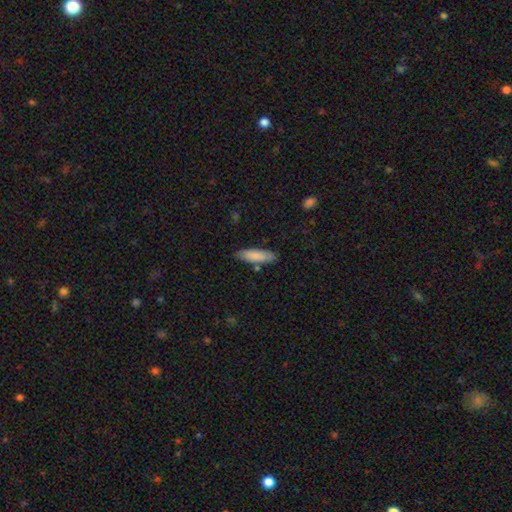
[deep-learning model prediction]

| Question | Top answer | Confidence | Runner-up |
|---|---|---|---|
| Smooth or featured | smooth | 85% | featured or disk (9%) |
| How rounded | cigar-shaped | 56% | in between (42%) |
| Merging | none | 82% | minor disturbance (13%) |